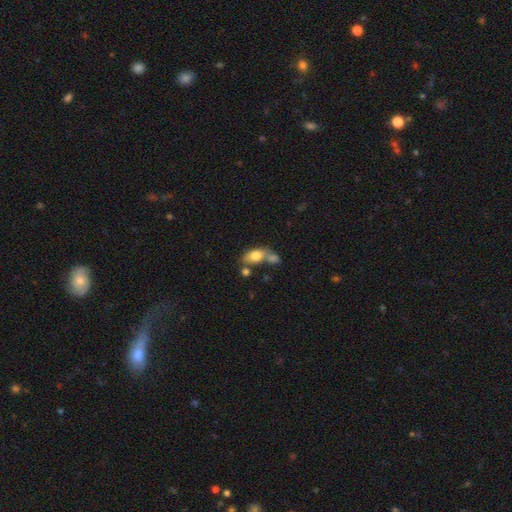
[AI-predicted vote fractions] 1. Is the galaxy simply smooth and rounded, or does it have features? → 73% smooth, 18% featured or disk, 8% star or artifact.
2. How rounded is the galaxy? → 84% in between, 11% round, 6% cigar-shaped.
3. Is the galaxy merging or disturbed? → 42% merger, 34% none, 14% minor disturbance, 9% major disturbance.